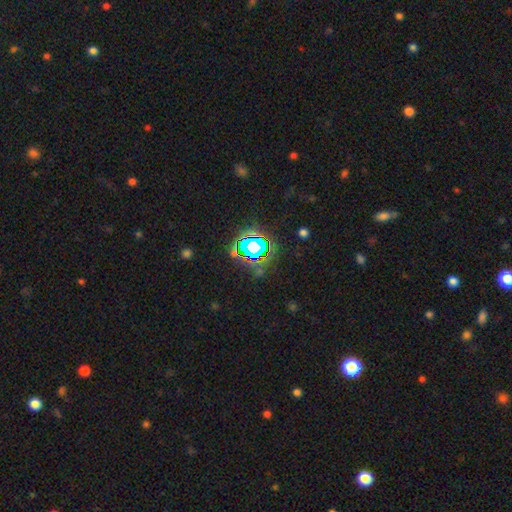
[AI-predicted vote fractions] Smooth or featured? star or artifact (74%)